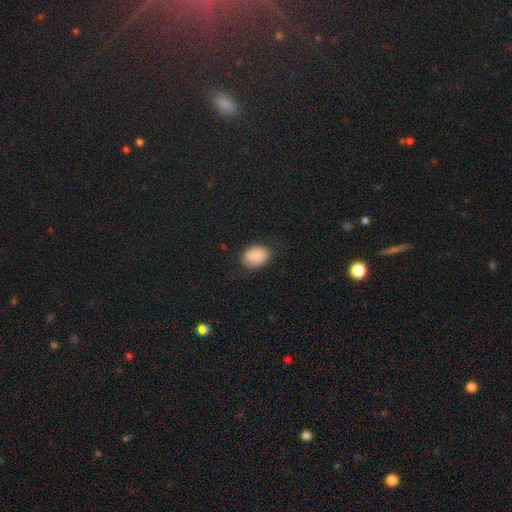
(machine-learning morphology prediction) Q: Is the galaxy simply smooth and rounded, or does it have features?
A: smooth — 88%.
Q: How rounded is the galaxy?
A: in between — 73%.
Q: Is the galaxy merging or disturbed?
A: none — 75%.